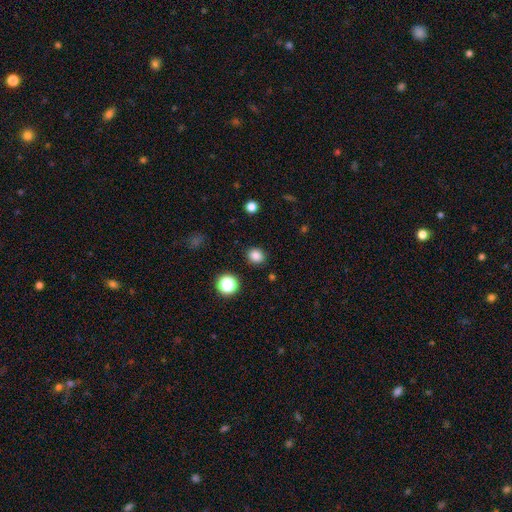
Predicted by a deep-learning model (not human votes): This appears to be a smooth galaxy with no disk features (84%) that is round (64%). Merging: none (88%).